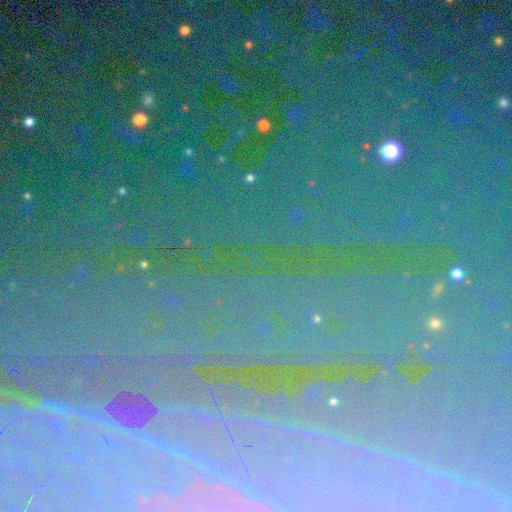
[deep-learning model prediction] Smooth or featured? Predicted: star or artifact (p=0.76).